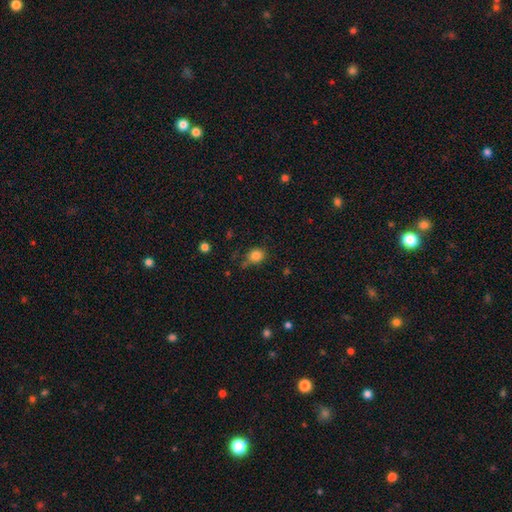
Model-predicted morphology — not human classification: The model was most divided on "how rounded": round: 69%, in between: 30%, cigar-shaped: 1%. More confident: smooth or featured — smooth (84%); merging — none (65%).